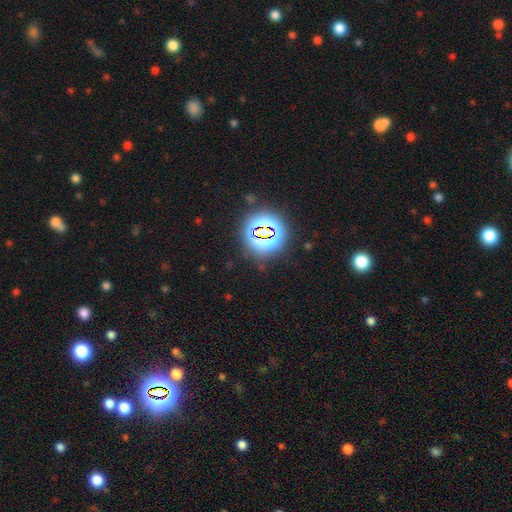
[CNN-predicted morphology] star or artifact 80%, smooth 13%, featured or disk 7%.